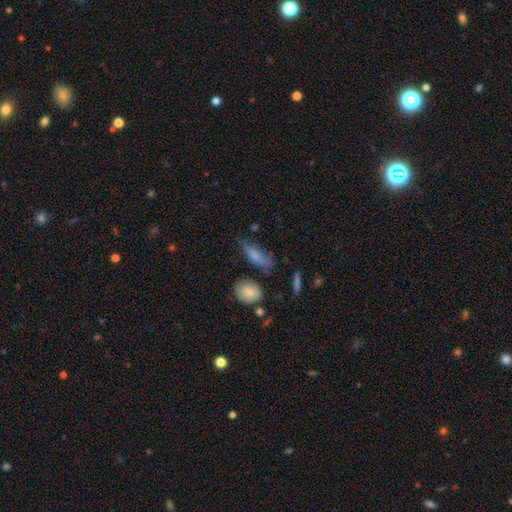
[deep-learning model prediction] A smooth galaxy with no disk features (69%) that is in between round and cigar-shaped (59%).

Vote fractions:
- Smooth or featured? smooth: 69% / featured or disk: 22% / star or artifact: 9%
- How rounded? in between: 59% / cigar-shaped: 36% / round: 5%
- Merging? none: 52% / minor disturbance: 30% / major disturbance: 12% / merger: 6%